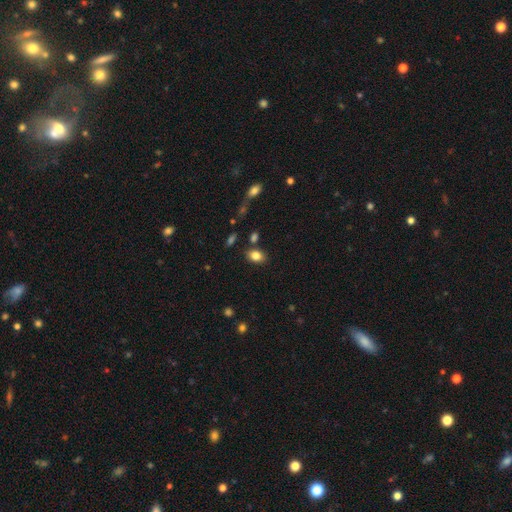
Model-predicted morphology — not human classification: A smooth galaxy with no disk features (84%) that is in between round and cigar-shaped (76%).

Vote fractions:
- Smooth or featured? smooth: 84% / star or artifact: 9% / featured or disk: 7%
- How rounded? in between: 76% / round: 23% / cigar-shaped: 1%
- Merging? none: 80% / minor disturbance: 11% / merger: 6% / major disturbance: 3%